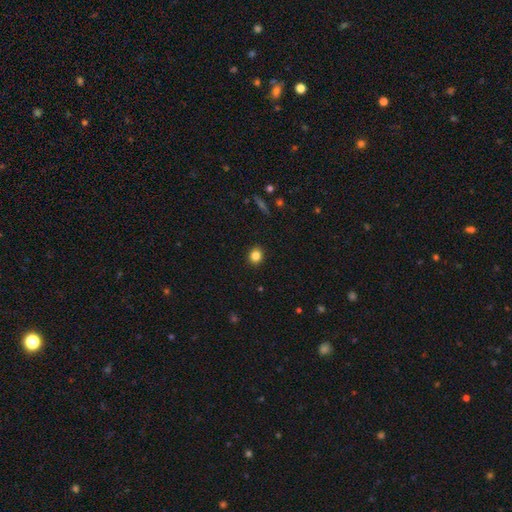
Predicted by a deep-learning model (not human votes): This is clearly a smooth galaxy (84%). How rounded: likely round (77%). Merging: clearly none (91%).